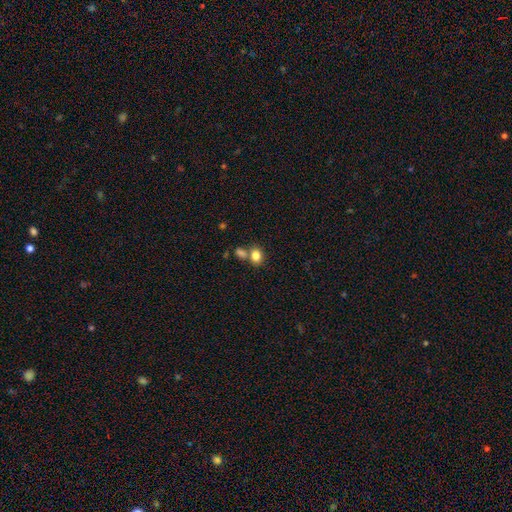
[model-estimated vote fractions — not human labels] smooth 82%, star or artifact 10%, featured or disk 7%. Down the decision tree: how rounded — in between (50%); merging — none (55%).